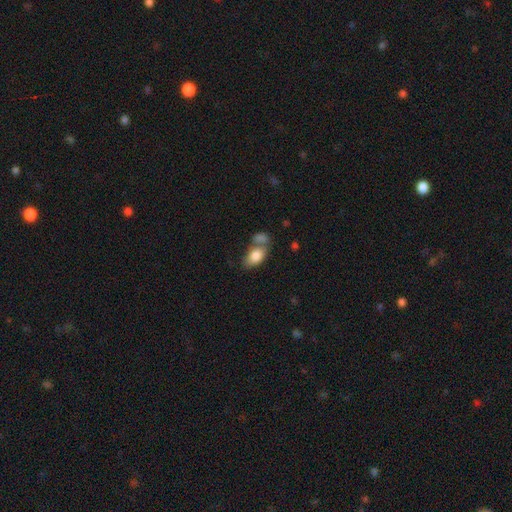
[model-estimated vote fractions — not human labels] Q: Smooth or featured?
A: smooth (82%); runner-up: featured or disk (11%)
Q: How rounded?
A: in between (90%); runner-up: round (7%)
Q: Merging?
A: none (43%); runner-up: merger (37%)